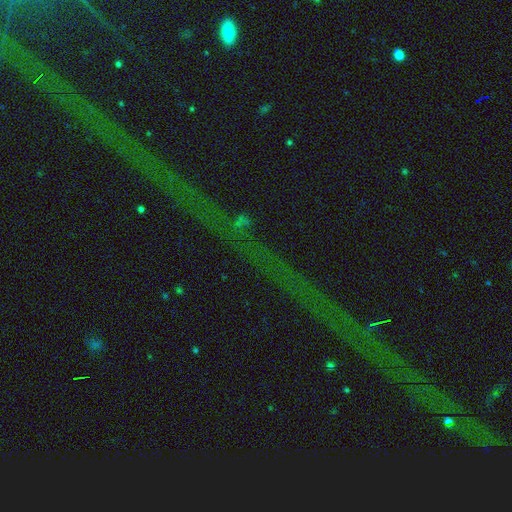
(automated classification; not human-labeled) Smooth or featured?
  - star or artifact: 73% *
  - featured or disk: 17%
  - smooth: 10%